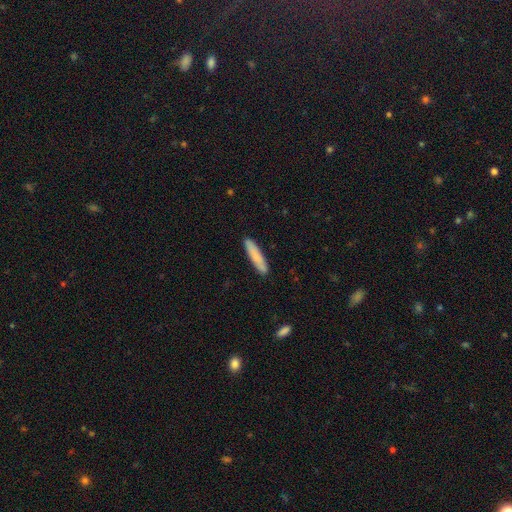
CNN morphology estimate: Q: Smooth or featured?
A: smooth (80%); runner-up: featured or disk (14%)
Q: How rounded?
A: cigar-shaped (89%); runner-up: in between (10%)
Q: Merging?
A: none (90%); runner-up: minor disturbance (7%)